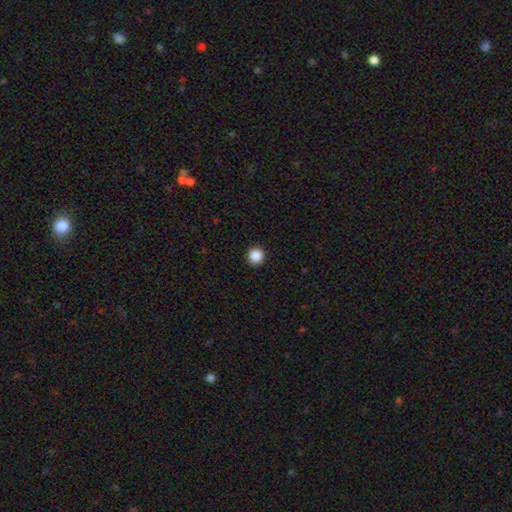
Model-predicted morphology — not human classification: Smooth or featured?
  - smooth: 87% *
  - star or artifact: 11%
  - featured or disk: 3%
How rounded?
  - round: 96% *
  - in between: 3%
  - cigar-shaped: 1%
Merging?
  - none: 93% *
  - minor disturbance: 4%
  - major disturbance: 1%
  - merger: 1%